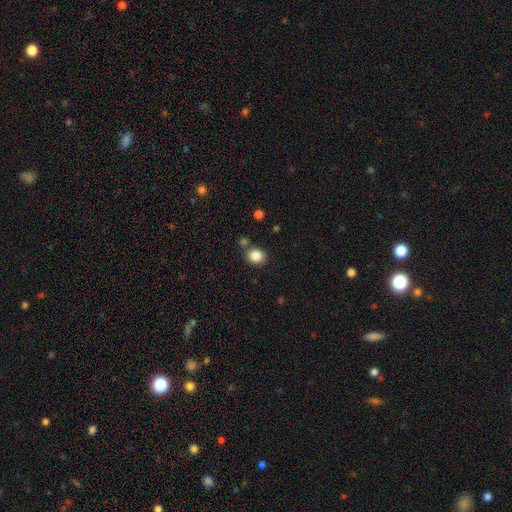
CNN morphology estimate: type=smooth (85%); roundness=round (64%); merging=none (76%).